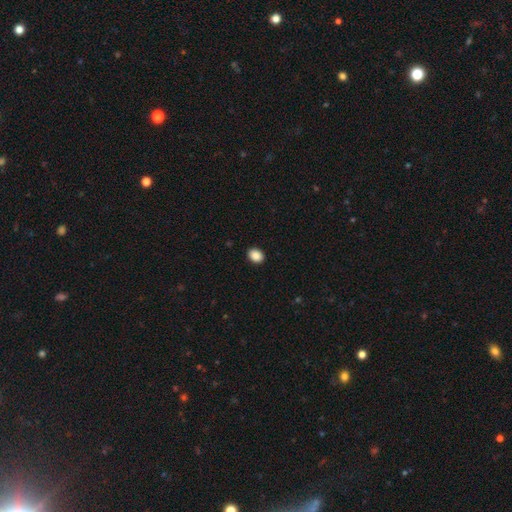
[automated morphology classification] This is clearly a smooth galaxy (89%). How rounded: likely in between (61%). Merging: clearly none (92%).